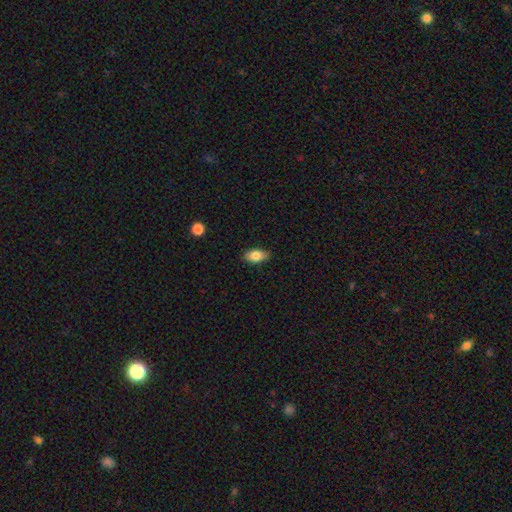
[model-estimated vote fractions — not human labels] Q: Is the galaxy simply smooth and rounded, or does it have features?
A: smooth — 82%.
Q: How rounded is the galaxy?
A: in between — 88%.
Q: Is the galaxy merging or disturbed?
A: none — 83%.